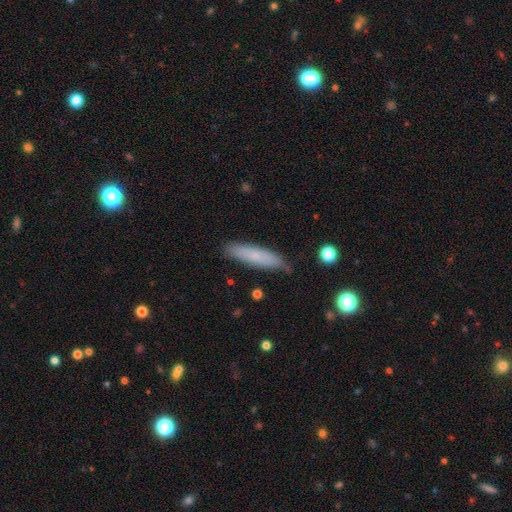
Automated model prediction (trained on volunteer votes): smooth 73%, featured or disk 20%, star or artifact 7%. Down the decision tree: how rounded — cigar-shaped (80%); merging — none (83%).